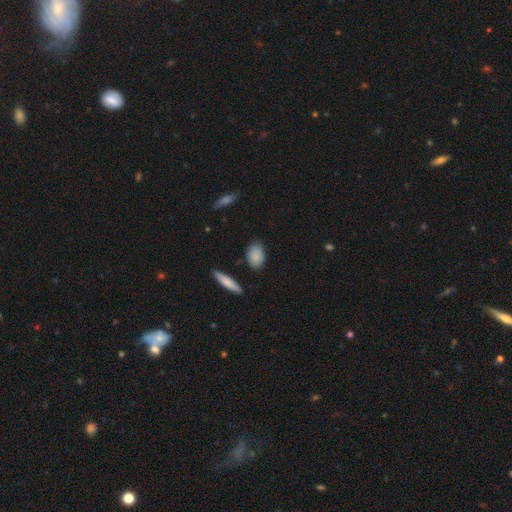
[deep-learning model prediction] smooth_or_featured: smooth (p=0.86) [alt: featured or disk p=0.07]
how_rounded: in between (p=0.83) [alt: round p=0.13]
merging: none (p=0.80) [alt: minor disturbance p=0.14]